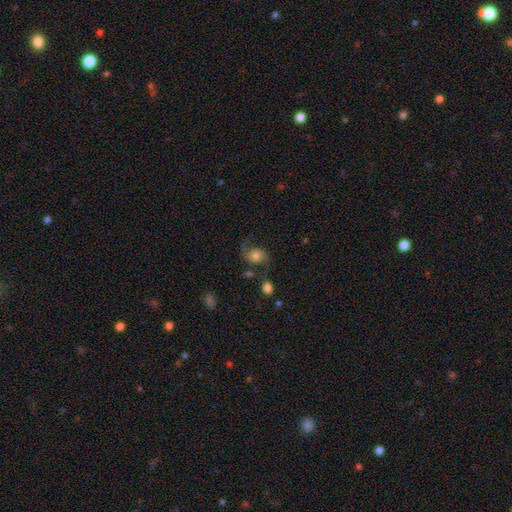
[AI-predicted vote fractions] Smooth or featured? featured or disk (63%)
Edge-on disk? no (97%)
Bar? no (74%)
Spiral arms? yes (92%)
Spiral winding? loose (62%)
Spiral arm count? 2 (75%)
Bulge size? moderate (54%)
Merging? none (56%)